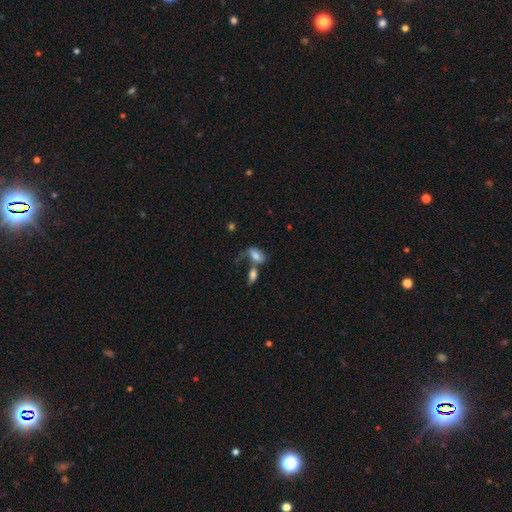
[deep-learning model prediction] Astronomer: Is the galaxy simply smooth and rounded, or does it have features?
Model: smooth — 63%.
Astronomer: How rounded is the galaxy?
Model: in between — 89%.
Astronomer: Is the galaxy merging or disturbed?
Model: merger — 46% (runner-up: none, 24%).